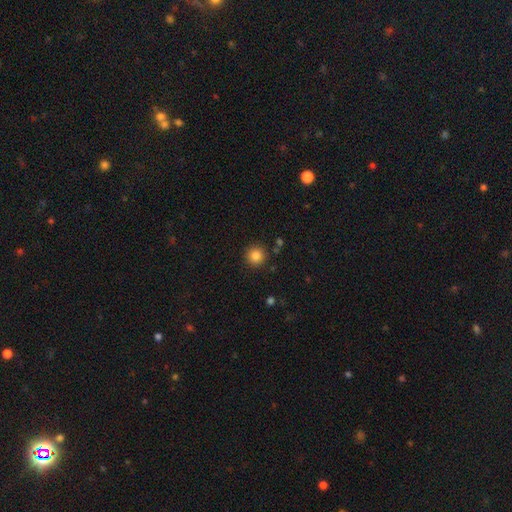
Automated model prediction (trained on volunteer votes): smooth_or_featured: smooth (p=0.85) [alt: star or artifact p=0.11]
how_rounded: round (p=0.94) [alt: in between p=0.05]
merging: none (p=0.90) [alt: minor disturbance p=0.06]